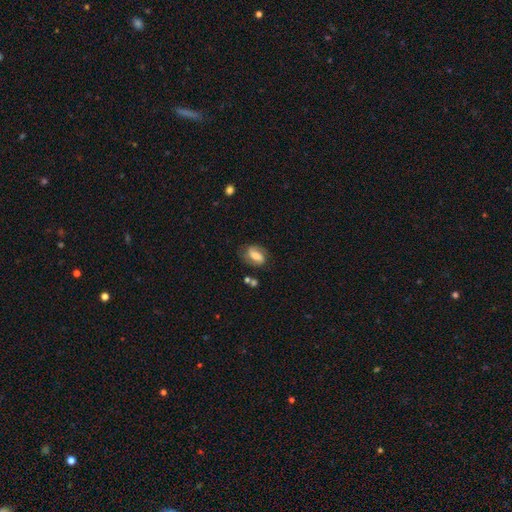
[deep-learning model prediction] smooth 48%, featured or disk 44%, star or artifact 8%. Down the decision tree: merging — none (69%).